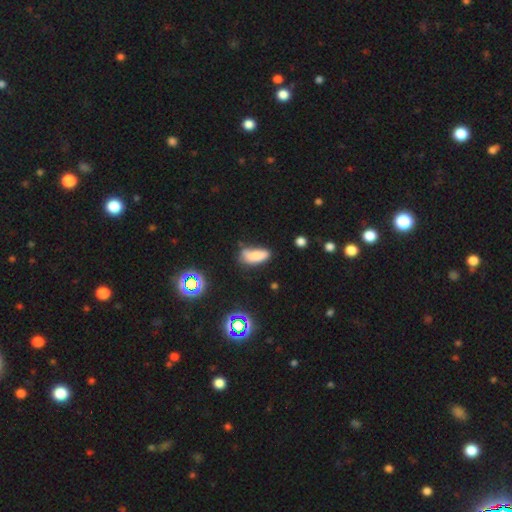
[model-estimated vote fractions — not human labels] smooth_or_featured: smooth (p=0.77) [alt: star or artifact p=0.12]
how_rounded: in between (p=0.80) [alt: cigar-shaped p=0.17]
merging: none (p=0.48) [alt: minor disturbance p=0.34]